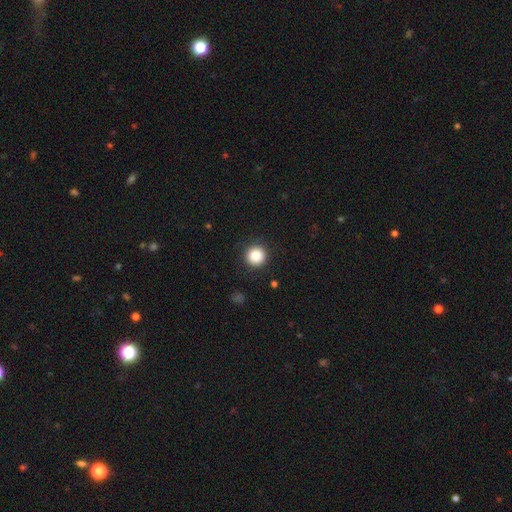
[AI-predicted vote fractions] Smooth or featured? Predicted: smooth (p=0.87). How rounded? Predicted: round (p=0.95). Merging? Predicted: none (p=0.90).